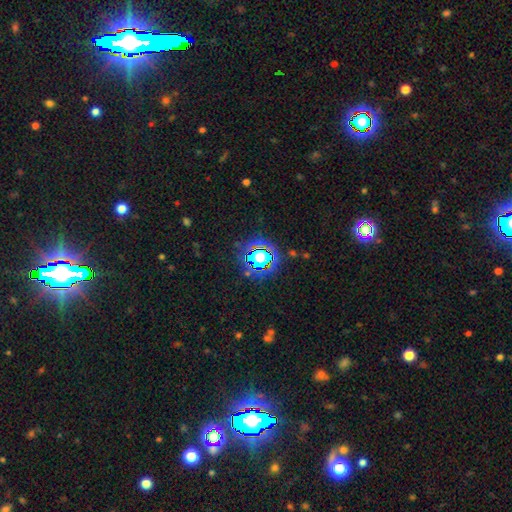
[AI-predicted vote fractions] smooth_or_featured: star or artifact (p=0.72) [alt: smooth p=0.18]